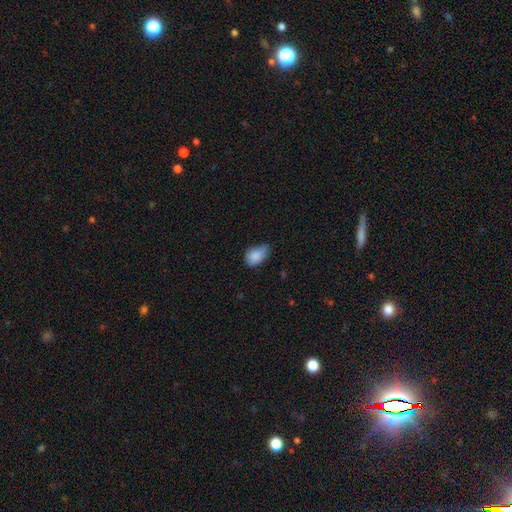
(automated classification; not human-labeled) Morphology: type=smooth (85%); roundness=in between (87%); merging=minor disturbance (48%).